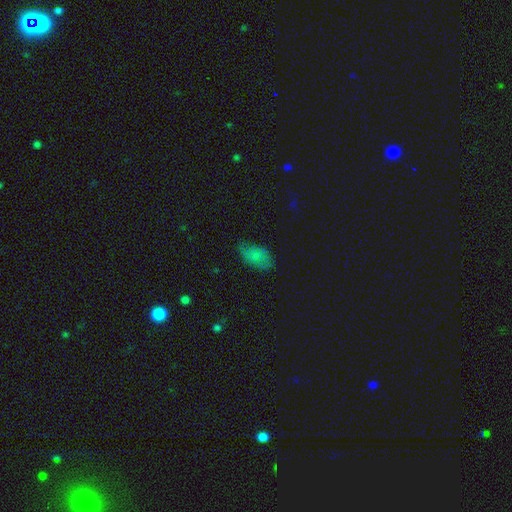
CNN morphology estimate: Q: Smooth or featured?
A: smooth (75%); runner-up: featured or disk (13%)
Q: How rounded?
A: in between (93%); runner-up: round (5%)
Q: Merging?
A: none (62%); runner-up: minor disturbance (29%)